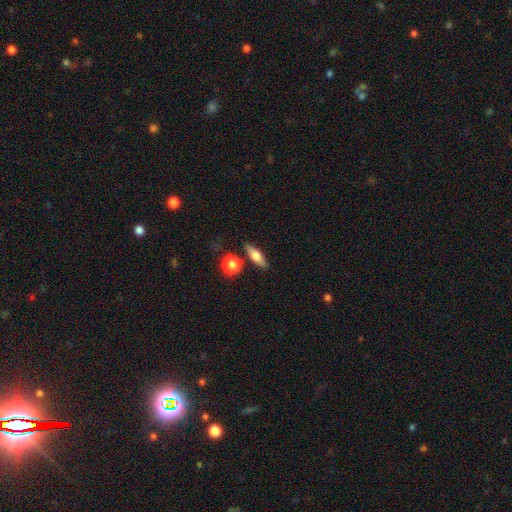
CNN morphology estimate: Smooth or featured? Predicted: smooth (p=0.63). How rounded? Predicted: in between (p=0.55). Merging? Predicted: none (p=0.79).